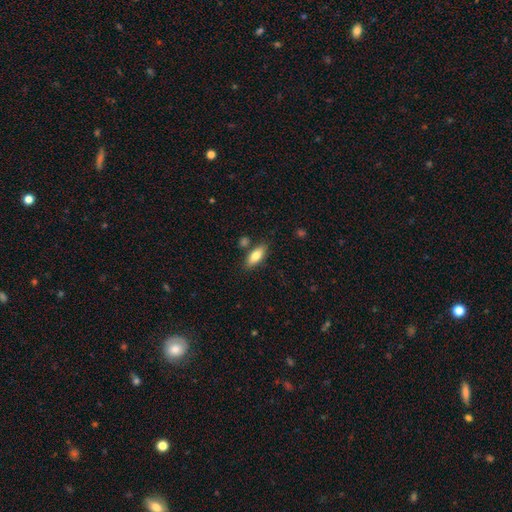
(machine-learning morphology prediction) type=smooth (78%); roundness=in between (79%); merging=none (79%).